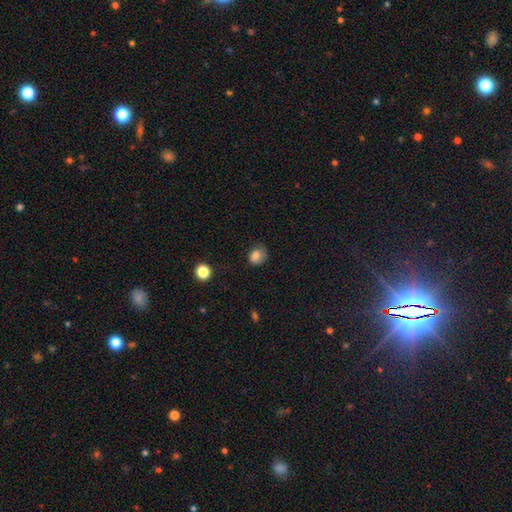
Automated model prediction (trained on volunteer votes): Overall: smooth (81%). How rounded: round (60%; in between 39%). Merging: none (58%; minor disturbance 30%).